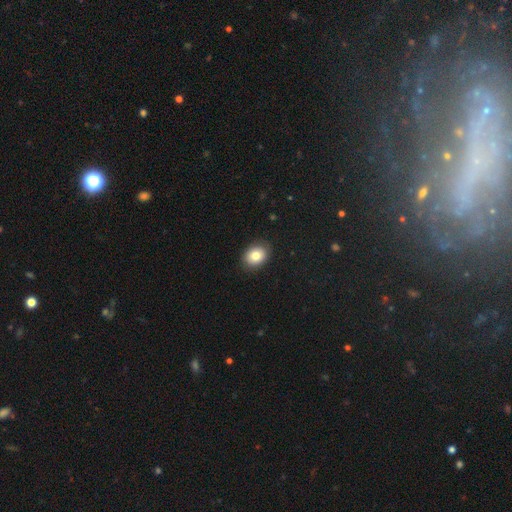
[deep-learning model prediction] The model was most divided on "how rounded": in between: 60%, round: 39%, cigar-shaped: 1%. More confident: merging — none (88%); smooth or featured — smooth (81%).